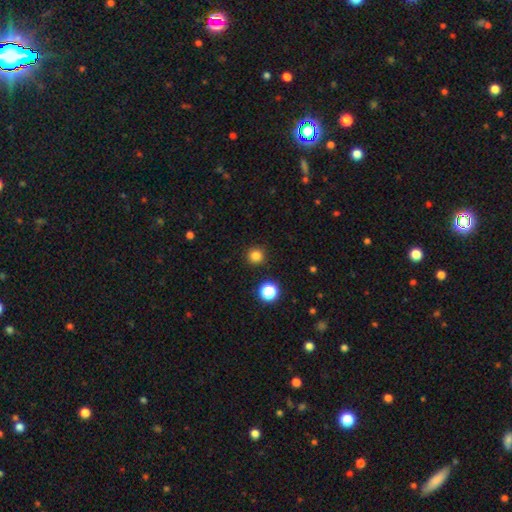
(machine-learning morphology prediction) smooth_or_featured: smooth (p=0.81) [alt: star or artifact p=0.15]
how_rounded: round (p=0.95) [alt: in between p=0.04]
merging: none (p=0.91) [alt: minor disturbance p=0.05]